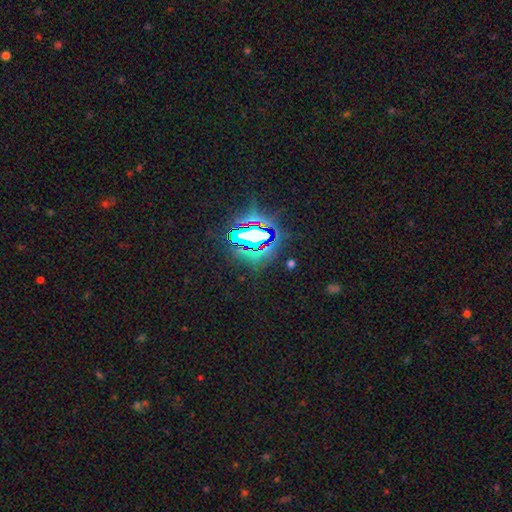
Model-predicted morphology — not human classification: A star or artifact, not a galaxy (85%).

Vote fractions:
- Smooth or featured? star or artifact: 85% / smooth: 9% / featured or disk: 6%